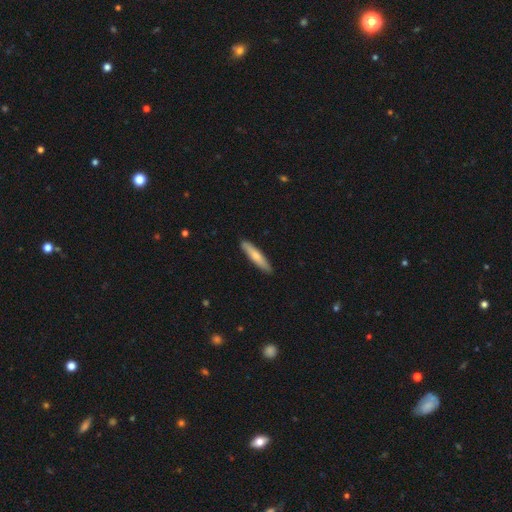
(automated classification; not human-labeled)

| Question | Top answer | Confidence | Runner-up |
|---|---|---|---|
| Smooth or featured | smooth | 69% | featured or disk (26%) |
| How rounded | cigar-shaped | 88% | in between (11%) |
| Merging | none | 89% | minor disturbance (9%) |